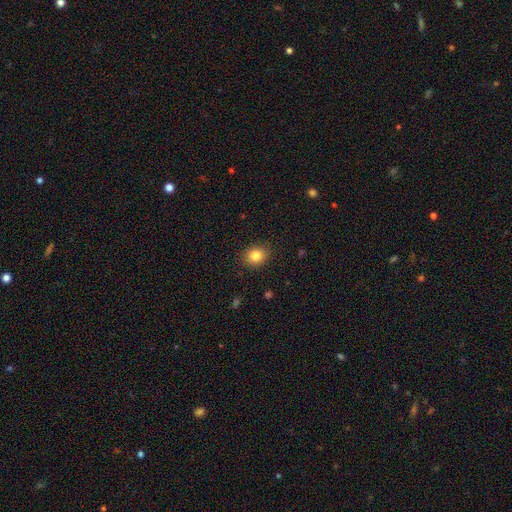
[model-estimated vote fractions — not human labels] Overall: smooth (83%). How rounded: round (57%; in between 42%). Merging: none (87%).